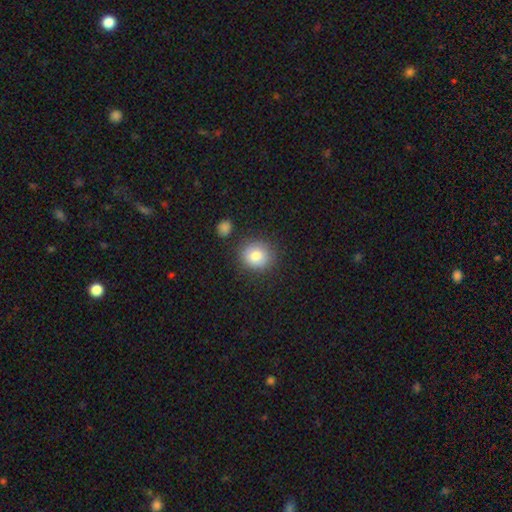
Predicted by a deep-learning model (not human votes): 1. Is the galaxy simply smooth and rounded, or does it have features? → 81% smooth, 10% star or artifact, 9% featured or disk.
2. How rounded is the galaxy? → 88% round, 12% in between, 1% cigar-shaped.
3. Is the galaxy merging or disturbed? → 83% none, 10% minor disturbance, 4% merger, 3% major disturbance.